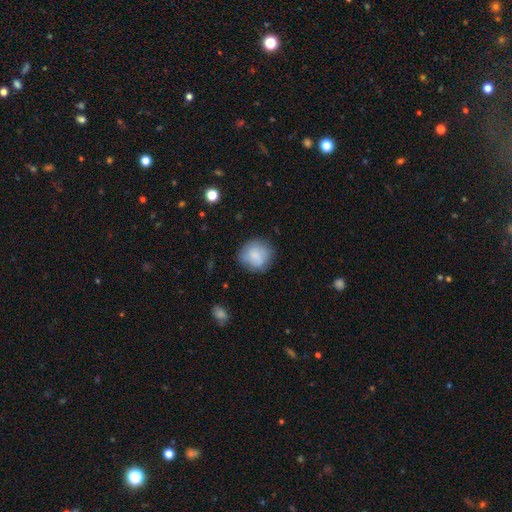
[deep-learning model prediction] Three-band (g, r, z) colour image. It shows a smooth galaxy with no disk features (80%) that is round (84%). Merging: none (74%).